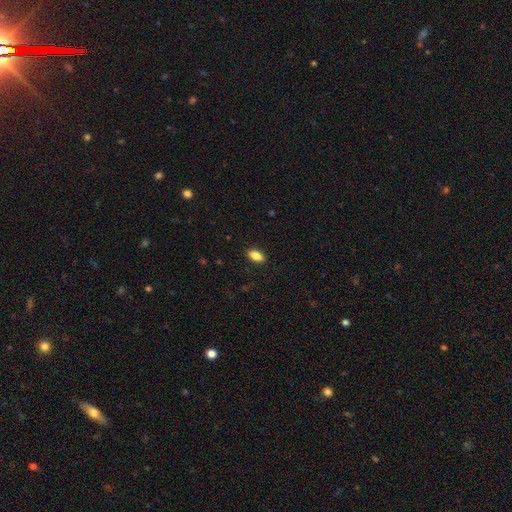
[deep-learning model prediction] Overall: smooth (86%). How rounded: in between (89%). Merging: none (89%).